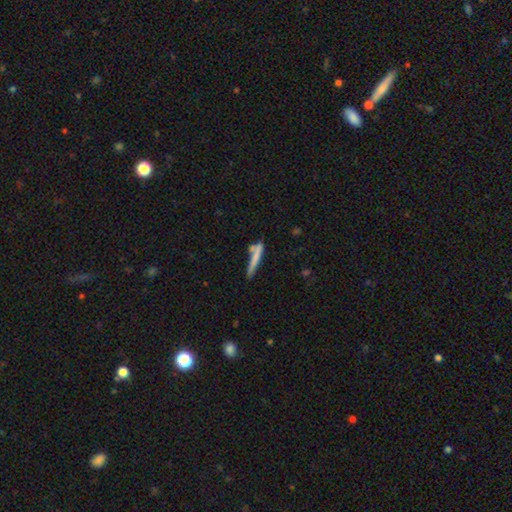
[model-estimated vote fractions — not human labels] A smooth galaxy with no disk features (65%) that is cigar-shaped (92%). Merging: none (56%).